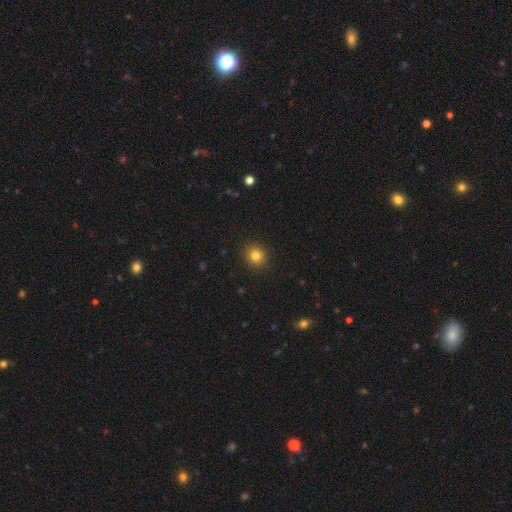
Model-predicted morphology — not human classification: smooth-or-featured: smooth: 81% | star or artifact: 12% | featured or disk: 6%
  how-rounded: round: 86% | in between: 13% | cigar-shaped: 1%
  merging: none: 91% | minor disturbance: 6% | major disturbance: 2% | merger: 1%